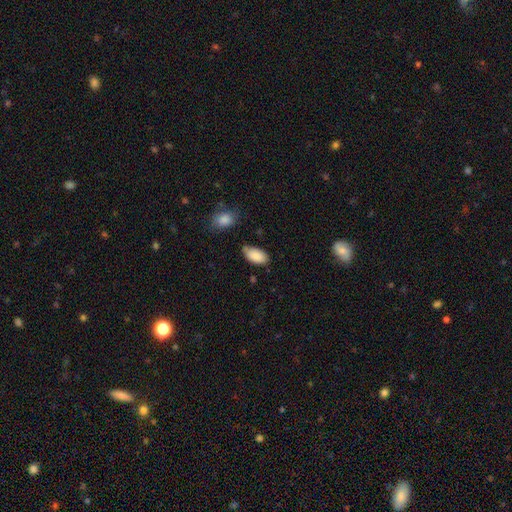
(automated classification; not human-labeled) Smooth or featured?
  - smooth: 88% *
  - star or artifact: 7%
  - featured or disk: 5%
How rounded?
  - in between: 95% *
  - cigar-shaped: 3%
  - round: 3%
Merging?
  - none: 69% *
  - minor disturbance: 22%
  - merger: 4%
  - major disturbance: 4%